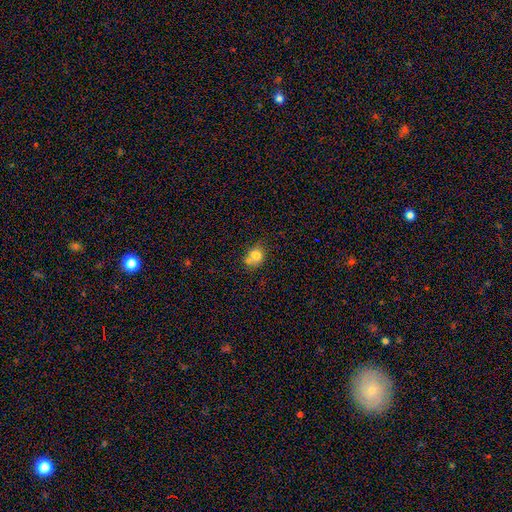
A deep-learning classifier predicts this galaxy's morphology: type=smooth (74%); roundness=round (59%); merging=none (45%).